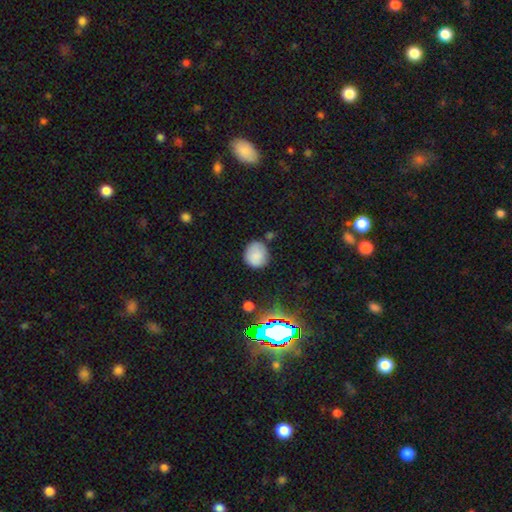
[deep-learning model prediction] smooth-or-featured: smooth: 81% | star or artifact: 12% | featured or disk: 7%
  how-rounded: round: 85% | in between: 14% | cigar-shaped: 1%
  merging: none: 74% | minor disturbance: 17% | merger: 4% | major disturbance: 4%